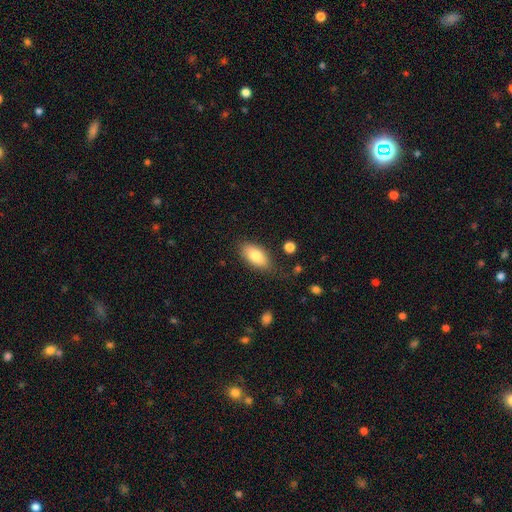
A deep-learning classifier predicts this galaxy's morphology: This appears to be a smooth galaxy with no disk features (79%) that is in between round and cigar-shaped (90%). Merging: none (78%).